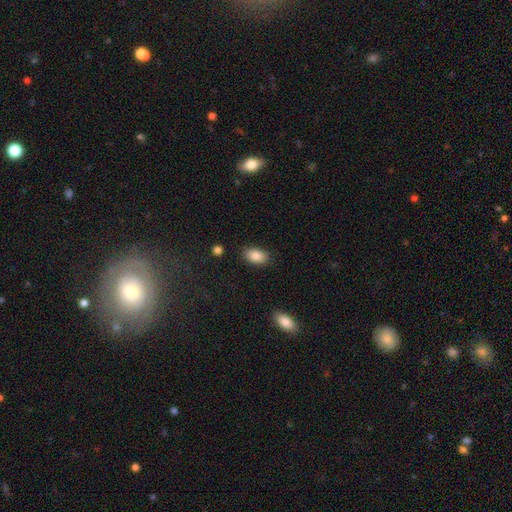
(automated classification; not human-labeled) A smooth galaxy with no disk features (86%) that is in between round and cigar-shaped (93%).

Vote fractions:
- Smooth or featured? smooth: 86% / star or artifact: 8% / featured or disk: 6%
- How rounded? in between: 93% / round: 5% / cigar-shaped: 2%
- Merging? none: 86% / minor disturbance: 10% / major disturbance: 2% / merger: 2%